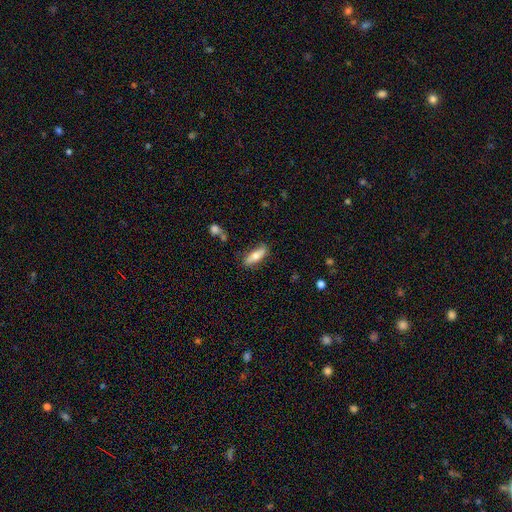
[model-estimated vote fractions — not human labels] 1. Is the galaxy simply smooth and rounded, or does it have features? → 67% smooth, 26% featured or disk, 6% star or artifact.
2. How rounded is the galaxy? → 51% in between, 47% cigar-shaped, 2% round.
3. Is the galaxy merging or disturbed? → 79% none, 15% minor disturbance, 3% major disturbance, 3% merger.